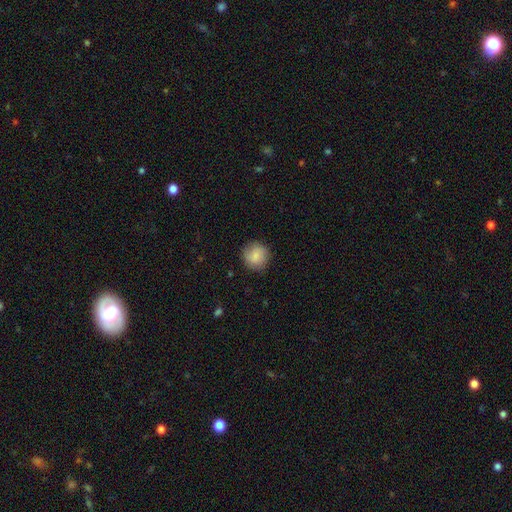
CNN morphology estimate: smooth_or_featured: smooth (p=0.84) [alt: featured or disk p=0.08]
how_rounded: round (p=0.93) [alt: in between p=0.06]
merging: none (p=0.86) [alt: minor disturbance p=0.10]